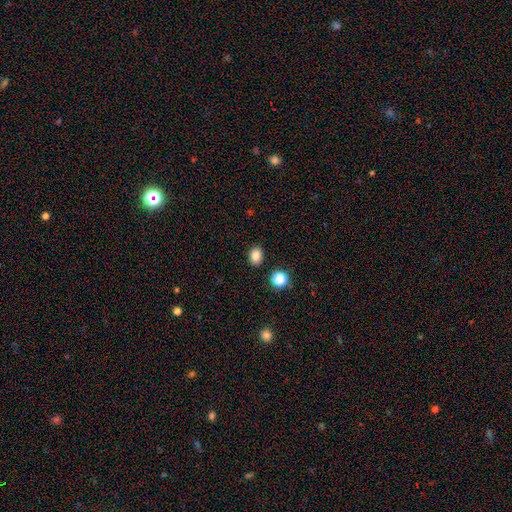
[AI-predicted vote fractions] Smooth or featured: smooth — 85% (star or artifact — 11%)
How rounded: in between — 62% (round — 37%)
Merging: none — 88% (minor disturbance — 7%)